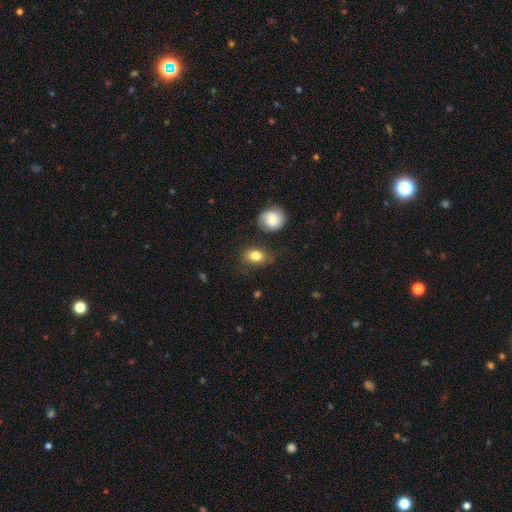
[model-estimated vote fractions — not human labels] A smooth galaxy with no disk features (82%) that is in between round and cigar-shaped (76%). Merging: none (70%).